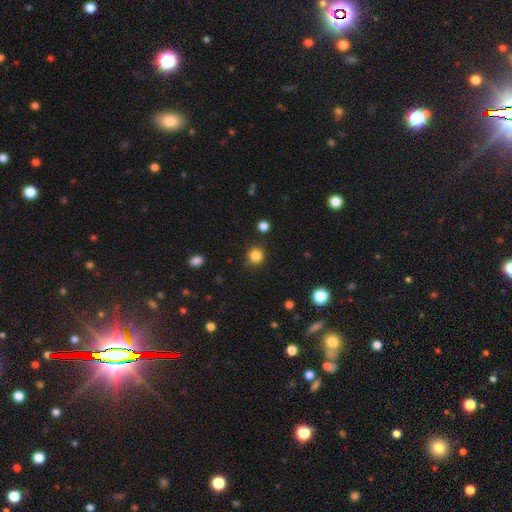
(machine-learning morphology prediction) Smooth or featured: smooth — 84% (star or artifact — 12%)
How rounded: round — 91% (in between — 8%)
Merging: none — 86% (minor disturbance — 9%)